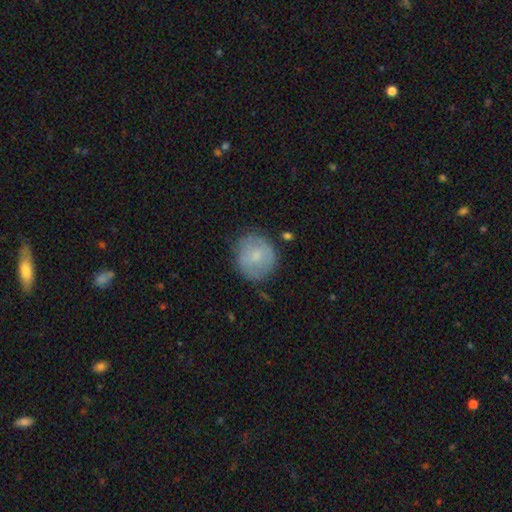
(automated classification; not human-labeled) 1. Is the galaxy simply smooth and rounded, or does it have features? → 65% smooth, 28% featured or disk, 7% star or artifact.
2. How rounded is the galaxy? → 83% round, 16% in between, 1% cigar-shaped.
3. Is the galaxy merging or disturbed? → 72% none, 20% minor disturbance, 6% major disturbance, 2% merger.